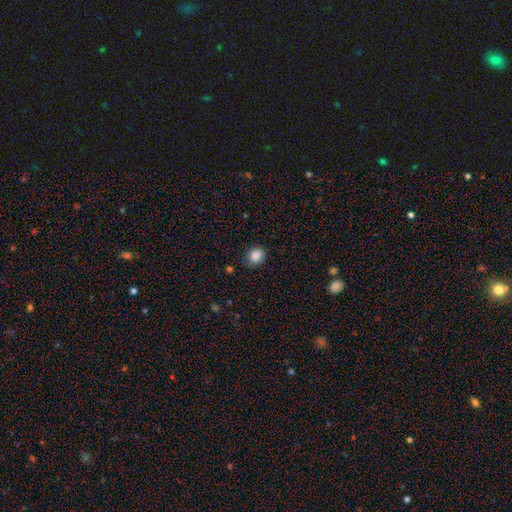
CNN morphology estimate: smooth_or_featured: smooth (p=0.87) [alt: star or artifact p=0.10]
how_rounded: round (p=0.75) [alt: in between p=0.24]
merging: none (p=0.83) [alt: minor disturbance p=0.13]